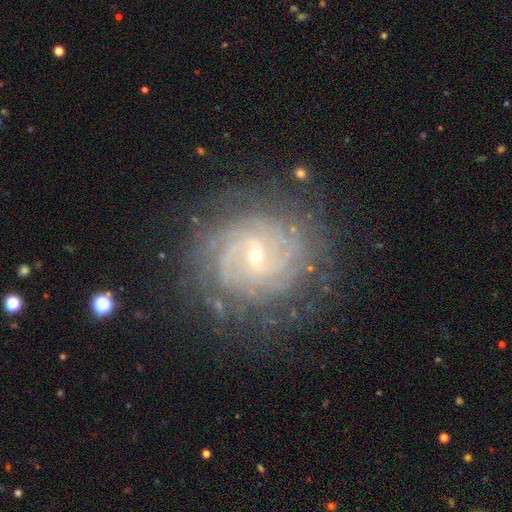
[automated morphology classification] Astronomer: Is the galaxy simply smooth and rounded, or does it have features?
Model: featured or disk — 89%.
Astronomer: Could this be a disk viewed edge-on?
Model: no — 98%.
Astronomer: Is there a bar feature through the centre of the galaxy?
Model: weak — 46% (runner-up: no, 40%).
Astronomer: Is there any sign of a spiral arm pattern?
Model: yes — 98%.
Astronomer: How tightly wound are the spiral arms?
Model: tight — 74%.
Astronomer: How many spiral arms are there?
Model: can't tell — 27% (runner-up: 4, 19%).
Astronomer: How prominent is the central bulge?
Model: small — 78%.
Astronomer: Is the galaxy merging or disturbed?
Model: none — 80%.